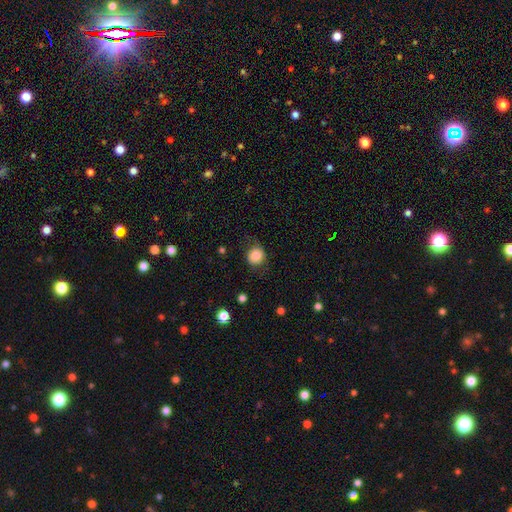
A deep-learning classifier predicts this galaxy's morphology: Smooth or featured? Predicted: smooth (p=0.84). How rounded? Predicted: round (p=0.85). Merging? Predicted: none (p=0.74).